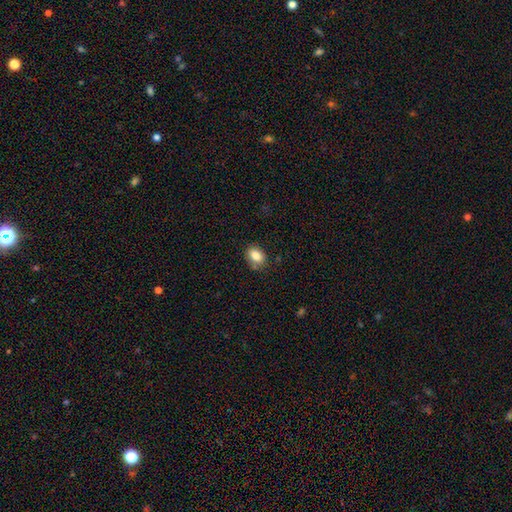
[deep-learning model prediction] Smooth or featured? Predicted: smooth (p=0.85). How rounded? Predicted: in between (p=0.78). Merging? Predicted: none (p=0.75).